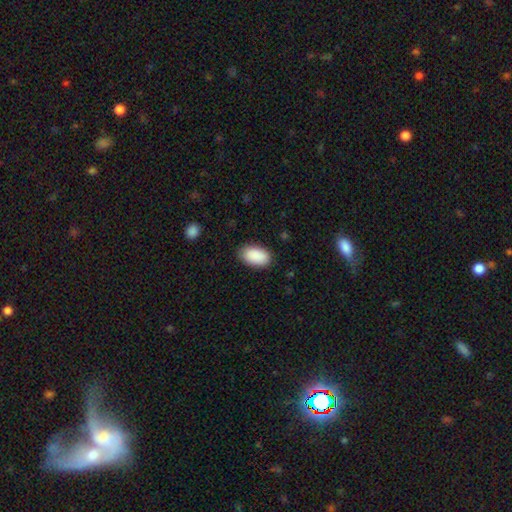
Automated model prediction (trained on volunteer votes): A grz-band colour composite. It shows a smooth galaxy with no disk features (91%) that is in between round and cigar-shaped (95%). Merging: none (86%).